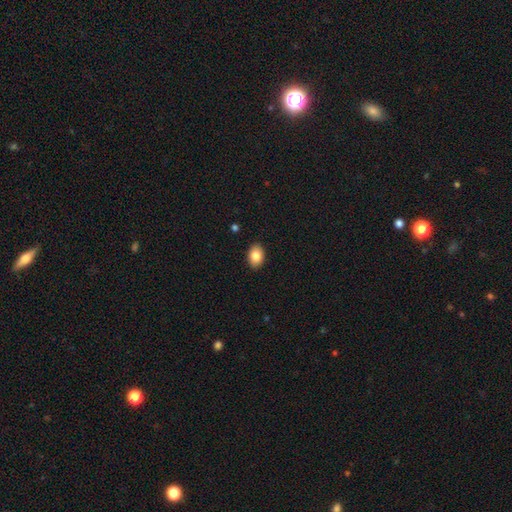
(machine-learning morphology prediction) Smooth or featured: smooth — 85% (star or artifact — 8%)
How rounded: in between — 83% (round — 15%)
Merging: none — 90% (minor disturbance — 7%)